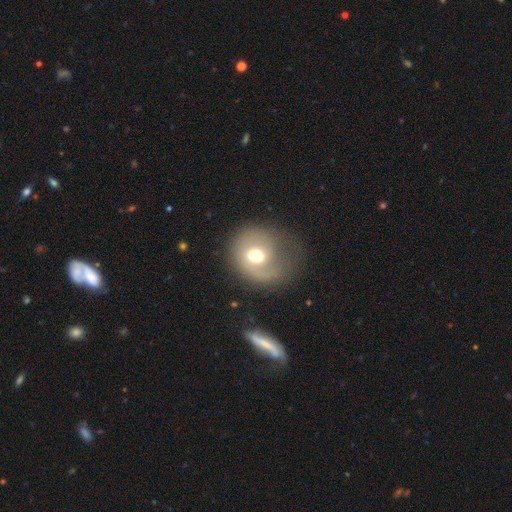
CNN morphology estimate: Smooth or featured?
  - smooth: 50% *
  - featured or disk: 41%
  - star or artifact: 9%
Merging?
  - none: 45% *
  - major disturbance: 27%
  - minor disturbance: 25%
  - merger: 2%